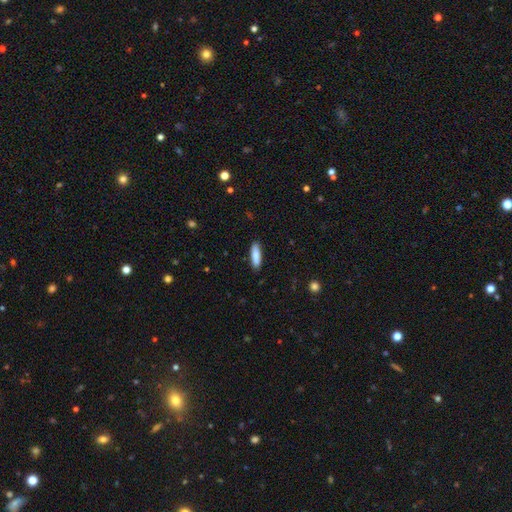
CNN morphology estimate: smooth_or_featured: smooth (p=0.85) [alt: featured or disk p=0.09]
how_rounded: cigar-shaped (p=0.63) [alt: in between p=0.35]
merging: none (p=0.88) [alt: minor disturbance p=0.09]